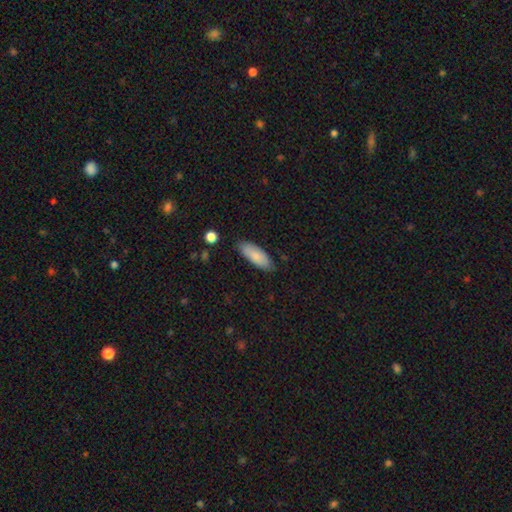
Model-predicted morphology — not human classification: Smooth or featured? Predicted: smooth (p=0.84). How rounded? Predicted: in between (p=0.72). Merging? Predicted: none (p=0.82).